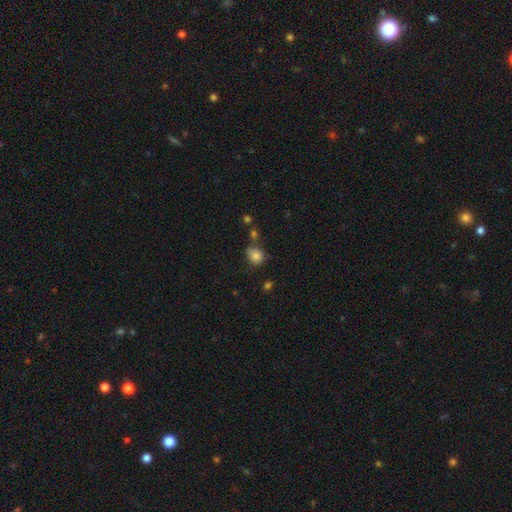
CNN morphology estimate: smooth 80%, star or artifact 12%, featured or disk 8%. Down the decision tree: how rounded — round (70%); merging — none (58%).